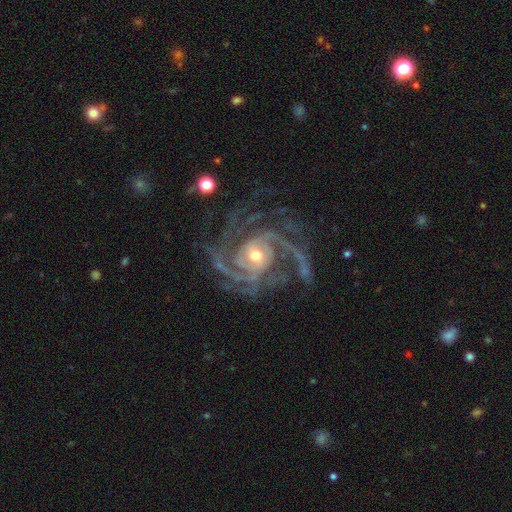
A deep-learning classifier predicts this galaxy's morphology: This is clearly a featured or disk galaxy (93%). It is clearly not viewed edge-on (98%). Bar: possibly no (55%). Spiral arm pattern: clearly yes (99%). Spiral arm count: marginally 3 (25%). Spiral winding: possibly tight (47%). Central bulge: possibly moderate (60%). Merging: likely none (65%).